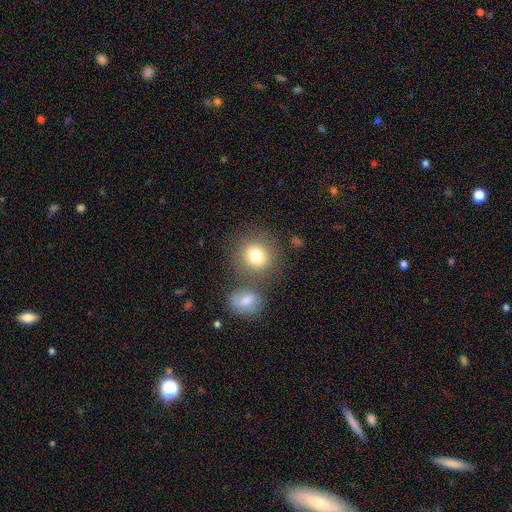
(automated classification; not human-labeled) Smooth or featured?
  - smooth: 79% *
  - featured or disk: 11%
  - star or artifact: 10%
How rounded?
  - round: 85% *
  - in between: 14%
  - cigar-shaped: 1%
Merging?
  - none: 68% *
  - merger: 18%
  - minor disturbance: 10%
  - major disturbance: 4%